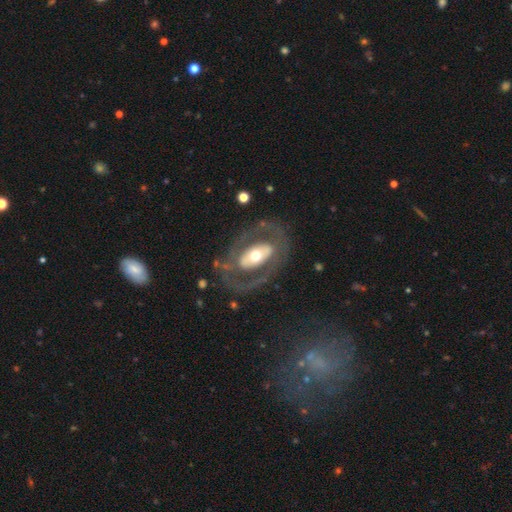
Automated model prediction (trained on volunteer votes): Smooth or featured: featured or disk — 72% (smooth — 23%)
Edge-on disk: no — 92% (yes — 8%)
Bar: no — 53% (strong — 25%)
Spiral arms: no — 60% (yes — 40%)
Bulge size: moderate — 61% (large — 24%)
Merging: none — 74% (minor disturbance — 13%)